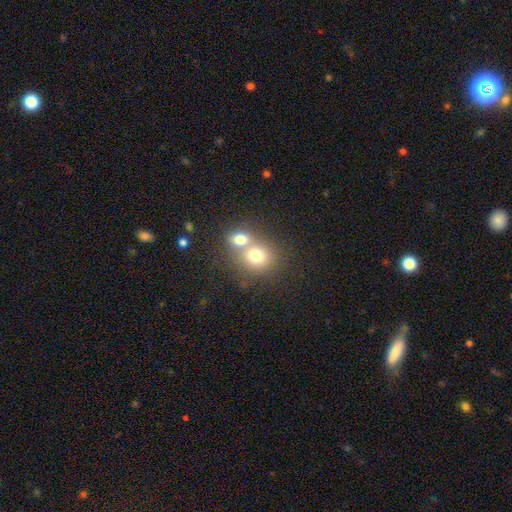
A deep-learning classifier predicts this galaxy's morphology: Smooth or featured? smooth (73%)
How rounded? round (72%)
Merging? merger (57%)